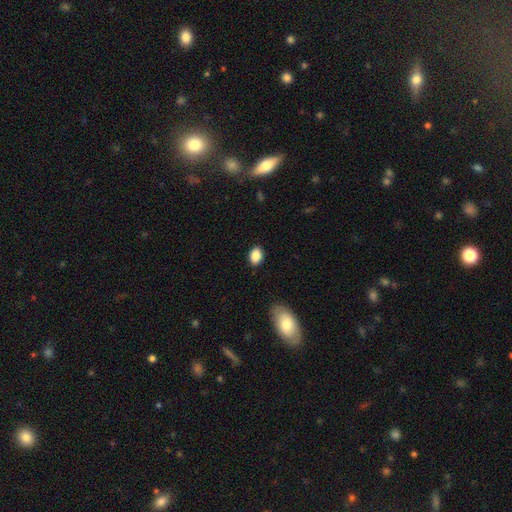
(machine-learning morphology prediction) Overall: smooth (87%). How rounded: in between (78%). Merging: none (86%).